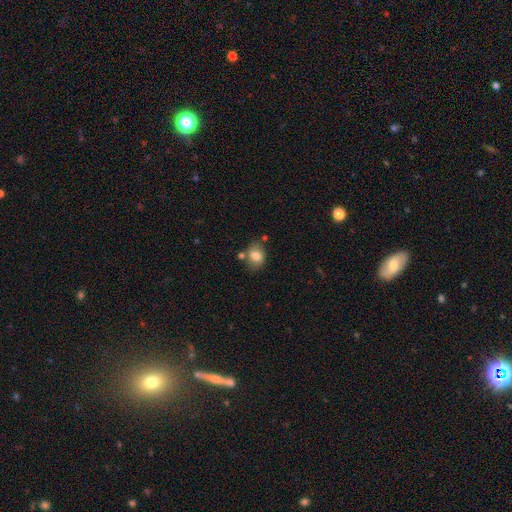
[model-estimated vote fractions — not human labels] A smooth galaxy with no disk features (78%) that is in between round and cigar-shaped (55%).

Vote fractions:
- Smooth or featured? smooth: 78% / featured or disk: 13% / star or artifact: 9%
- How rounded? in between: 55% / round: 44% / cigar-shaped: 1%
- Merging? none: 66% / minor disturbance: 17% / merger: 13% / major disturbance: 5%